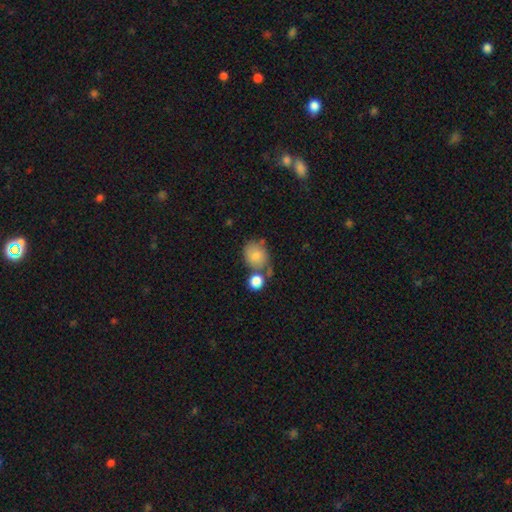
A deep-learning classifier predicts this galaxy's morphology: type=smooth (77%); roundness=round (66%); merging=none (44%).